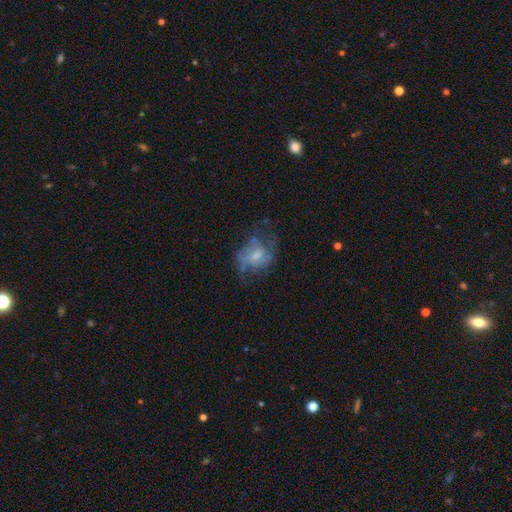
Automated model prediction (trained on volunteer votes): The model was most divided on "bulge size": moderate: 40%, small: 36%, none: 16%, large: 6%, dominant: 1%. Remaining: edge-on disk — no (97%); spiral arms — yes (64%); smooth or featured — featured or disk (61%); bar — no (53%); merging — none (47%).